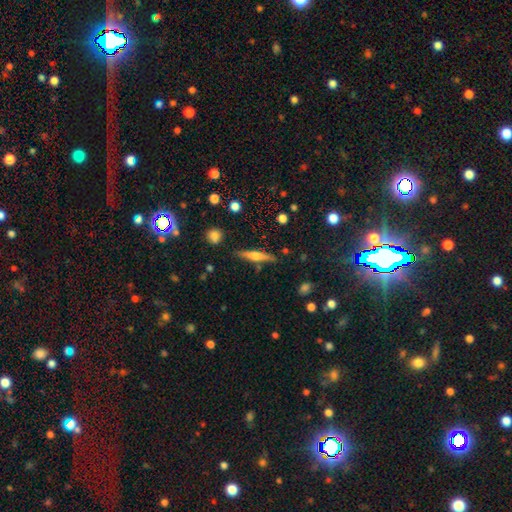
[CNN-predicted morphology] This appears to be a featured or disk galaxy (52%) viewed edge-on (94%). Merging: none (82%).